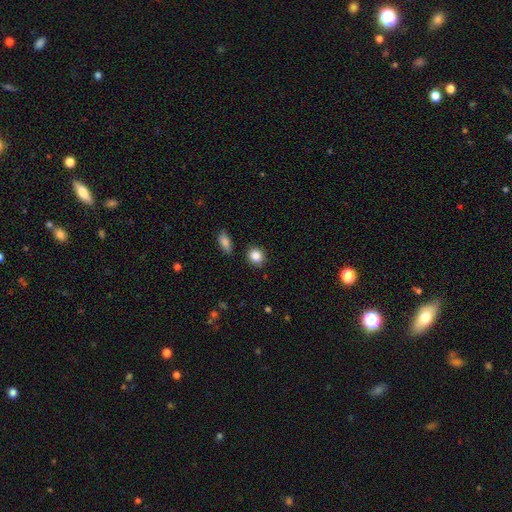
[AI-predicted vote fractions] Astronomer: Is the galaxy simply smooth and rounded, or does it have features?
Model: smooth — 86%.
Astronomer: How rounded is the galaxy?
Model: round — 77%.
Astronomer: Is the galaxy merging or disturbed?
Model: none — 86%.